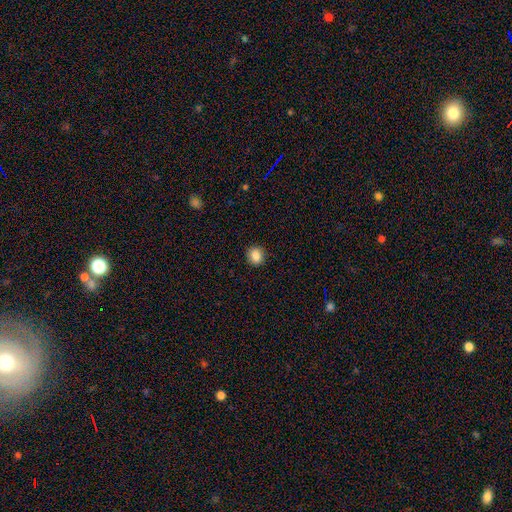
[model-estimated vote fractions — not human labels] smooth 86%, star or artifact 10%, featured or disk 4%. Down the decision tree: how rounded — round (79%); merging — none (91%).